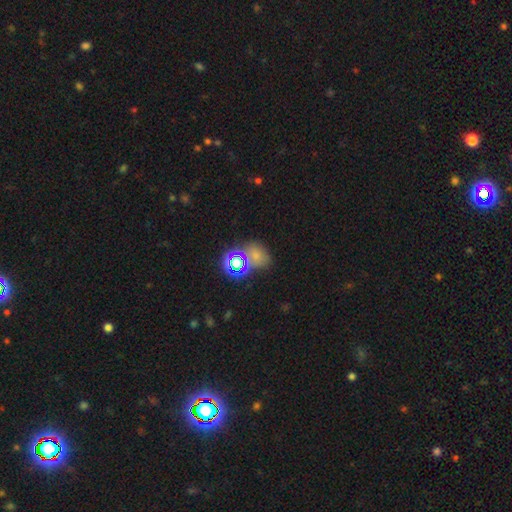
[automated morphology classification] Overall: smooth (51%; star or artifact 38%). How rounded: round (51%; in between 47%). Merging: none (53%; merger 22%).